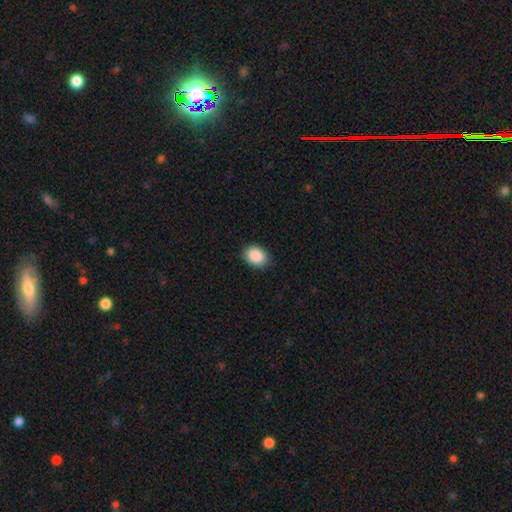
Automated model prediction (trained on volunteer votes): Smooth or featured? Predicted: smooth (p=0.89). How rounded? Predicted: in between (p=0.65). Merging? Predicted: none (p=0.86).